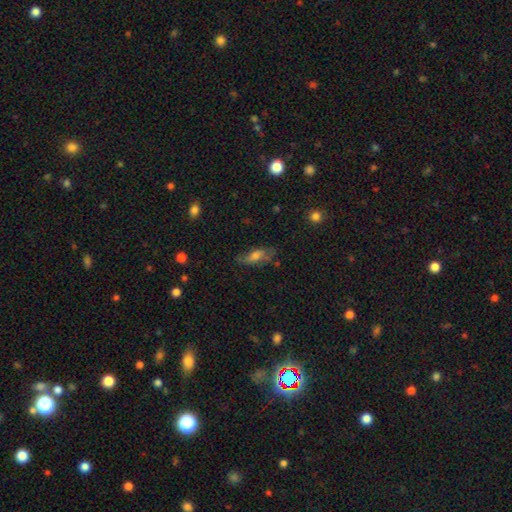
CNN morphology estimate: Smooth or featured: smooth — 59% (featured or disk — 31%)
How rounded: in between — 68% (cigar-shaped — 28%)
Merging: none — 59% (minor disturbance — 27%)